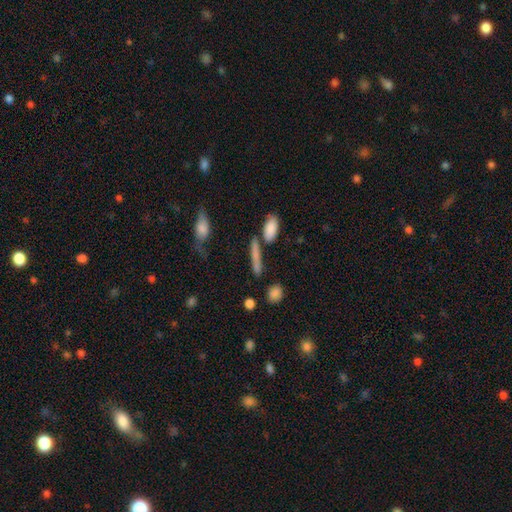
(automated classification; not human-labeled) Smooth or featured? smooth (65%)
How rounded? cigar-shaped (68%)
Merging? none (67%)